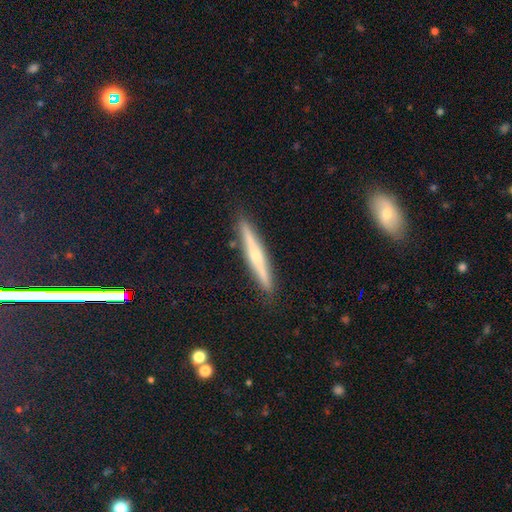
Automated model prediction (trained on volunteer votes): The model was most divided on "smooth or featured": featured or disk: 62%, smooth: 31%, star or artifact: 7%. More confident: edge-on disk — yes (97%); merging — none (91%); edge-on bulge — rounded (70%).